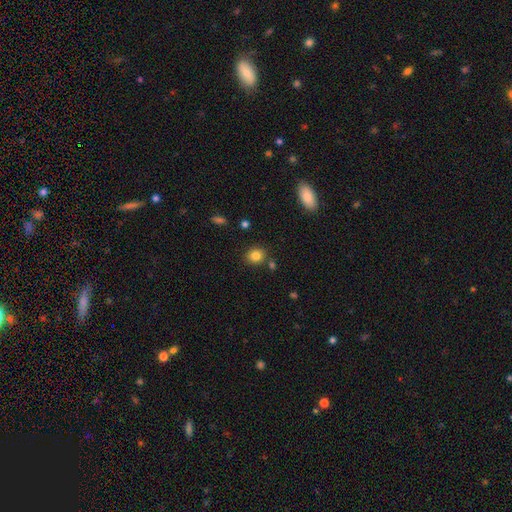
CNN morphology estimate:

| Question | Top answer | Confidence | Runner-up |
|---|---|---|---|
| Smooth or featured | smooth | 84% | star or artifact (11%) |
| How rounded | round | 70% | in between (29%) |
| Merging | none | 81% | minor disturbance (10%) |